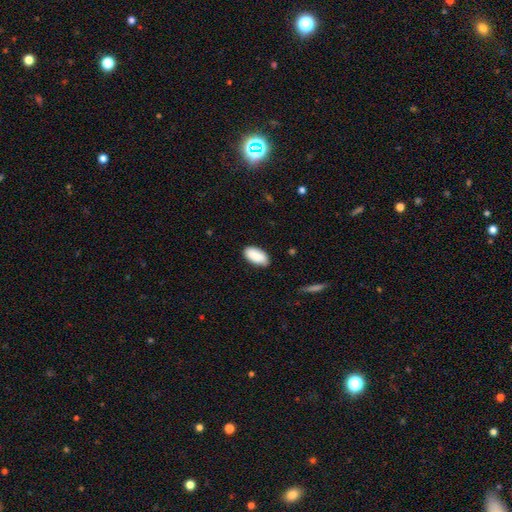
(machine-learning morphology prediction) Overall: smooth (90%). How rounded: in between (95%). Merging: none (83%).